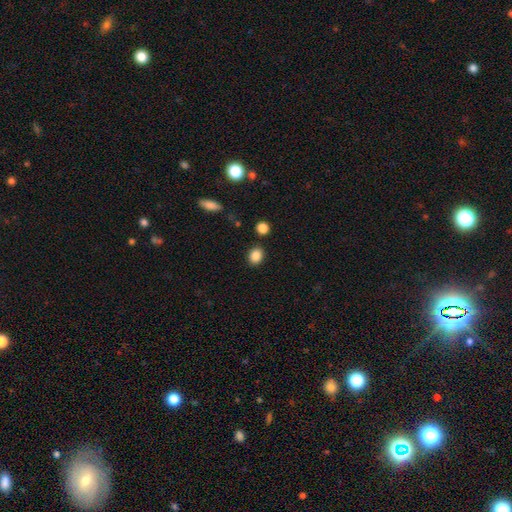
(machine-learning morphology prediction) Smooth or featured?
  - smooth: 86% *
  - star or artifact: 9%
  - featured or disk: 4%
How rounded?
  - in between: 51% *
  - round: 48%
  - cigar-shaped: 1%
Merging?
  - none: 85% *
  - minor disturbance: 9%
  - merger: 3%
  - major disturbance: 3%